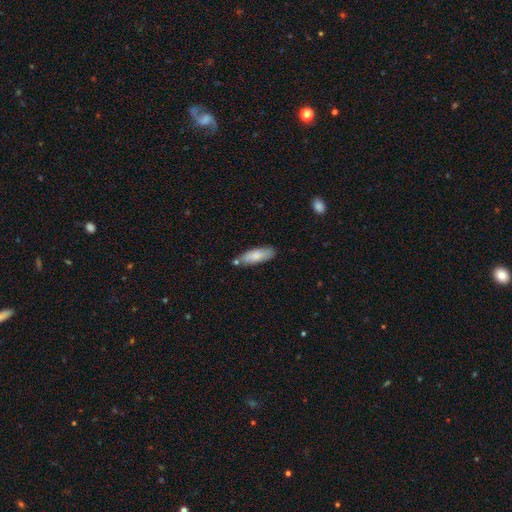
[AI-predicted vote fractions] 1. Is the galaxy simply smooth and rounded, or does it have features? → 76% smooth, 19% featured or disk, 6% star or artifact.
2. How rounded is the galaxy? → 61% in between, 37% cigar-shaped, 2% round.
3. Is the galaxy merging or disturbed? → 71% none, 17% minor disturbance, 9% merger, 3% major disturbance.